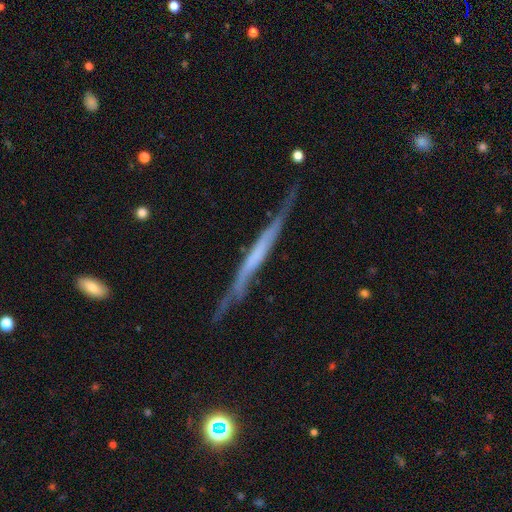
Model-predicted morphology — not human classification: Smooth or featured?
  - featured or disk: 68% *
  - smooth: 26%
  - star or artifact: 6%
Edge-on disk?
  - yes: 90% *
  - no: 10%
Edge-on bulge?
  - none: 75% *
  - boxy: 14%
  - rounded: 12%
Merging?
  - none: 63% *
  - minor disturbance: 26%
  - major disturbance: 8%
  - merger: 3%